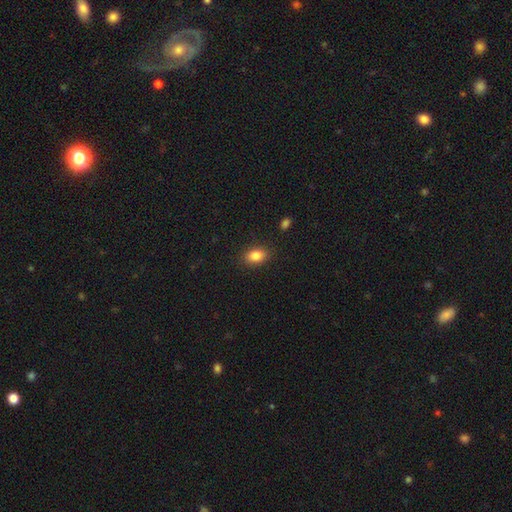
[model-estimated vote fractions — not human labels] Smooth or featured: smooth — 85% (star or artifact — 9%)
How rounded: in between — 82% (round — 16%)
Merging: none — 87% (minor disturbance — 9%)